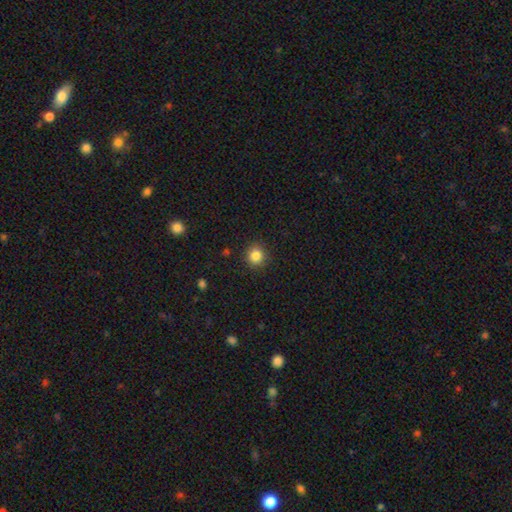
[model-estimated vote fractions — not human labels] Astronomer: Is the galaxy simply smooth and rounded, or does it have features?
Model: smooth — 85%.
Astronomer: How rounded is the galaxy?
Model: round — 90%.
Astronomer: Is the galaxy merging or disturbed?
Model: none — 90%.